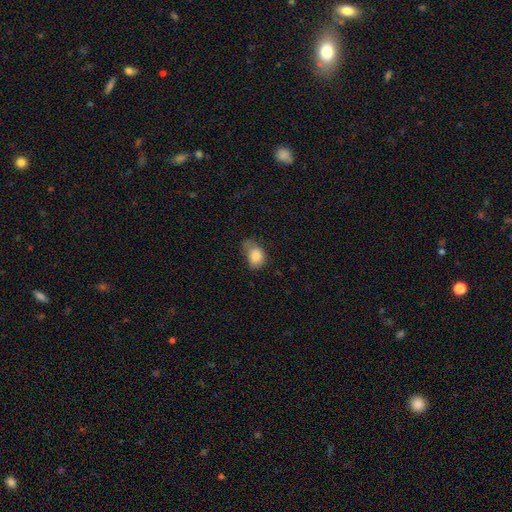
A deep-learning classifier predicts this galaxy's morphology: Smooth or featured?
  - smooth: 83% *
  - star or artifact: 9%
  - featured or disk: 8%
How rounded?
  - in between: 70% *
  - round: 29%
  - cigar-shaped: 1%
Merging?
  - minor disturbance: 41% *
  - none: 33%
  - major disturbance: 20%
  - merger: 6%